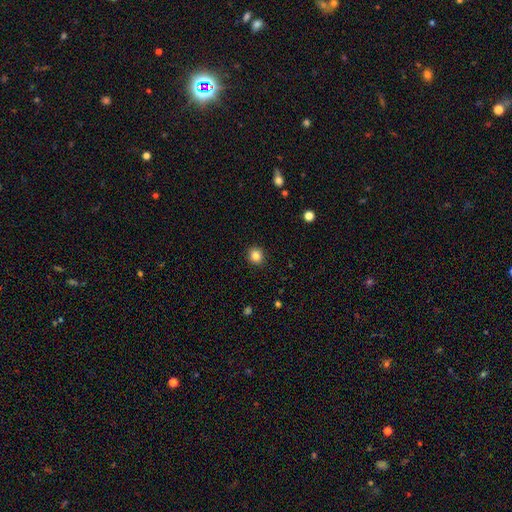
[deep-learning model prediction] smooth-or-featured: smooth: 84% | star or artifact: 11% | featured or disk: 5%
  how-rounded: round: 85% | in between: 14% | cigar-shaped: 1%
  merging: none: 92% | minor disturbance: 5% | major disturbance: 2% | merger: 1%